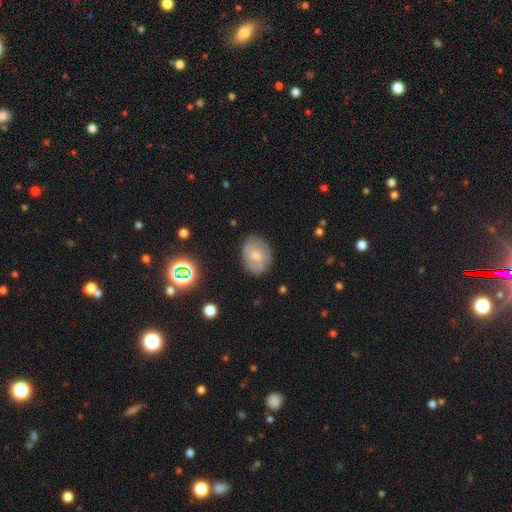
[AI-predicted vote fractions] Smooth or featured?
  - smooth: 49% *
  - featured or disk: 42%
  - star or artifact: 9%
Merging?
  - none: 78% *
  - minor disturbance: 16%
  - major disturbance: 4%
  - merger: 1%